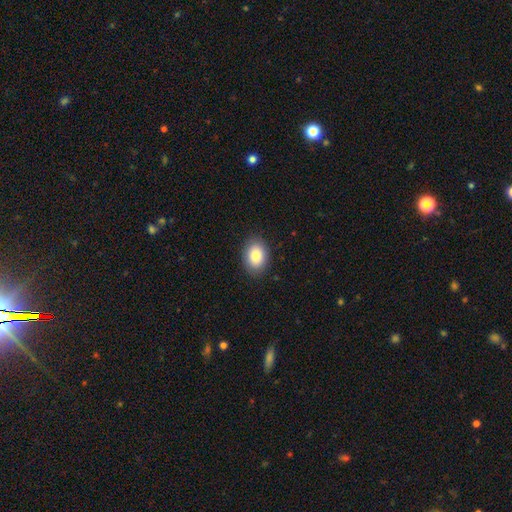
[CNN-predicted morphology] Smooth or featured? smooth (84%)
How rounded? in between (75%)
Merging? none (88%)